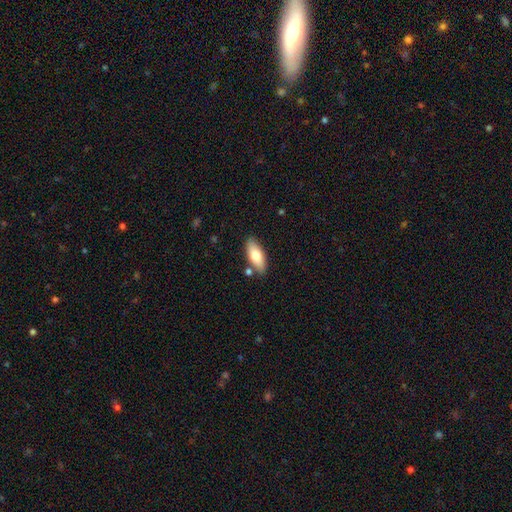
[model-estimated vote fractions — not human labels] A smooth galaxy with no disk features (74%) that is in between round and cigar-shaped (79%).

Vote fractions:
- Smooth or featured? smooth: 74% / featured or disk: 20% / star or artifact: 6%
- How rounded? in between: 79% / cigar-shaped: 19% / round: 2%
- Merging? none: 81% / minor disturbance: 11% / merger: 6% / major disturbance: 2%